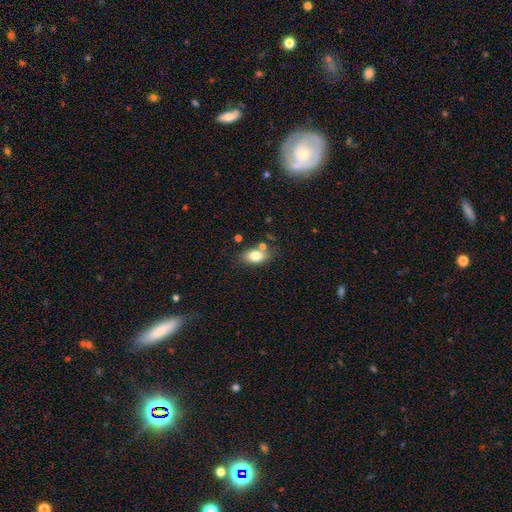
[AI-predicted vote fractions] This is likely a smooth galaxy (79%). How rounded: clearly in between (85%). Merging: likely none (66%).